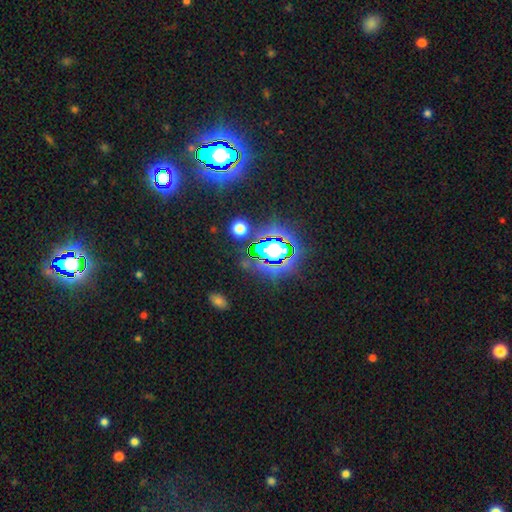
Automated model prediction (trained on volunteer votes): star or artifact 81%, smooth 11%, featured or disk 7%.